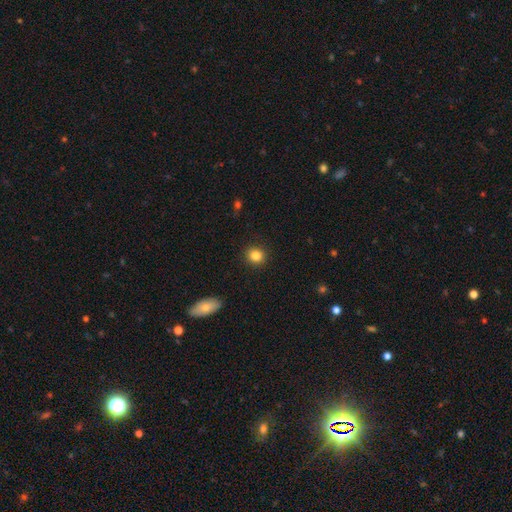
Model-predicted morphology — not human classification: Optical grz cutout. It shows a smooth galaxy with no disk features (85%) that is round (85%). Merging: none (91%).